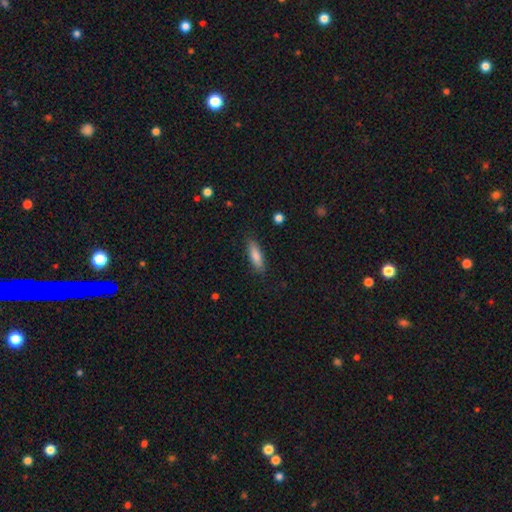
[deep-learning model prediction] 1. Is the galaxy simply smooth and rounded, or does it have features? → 81% smooth, 12% featured or disk, 7% star or artifact.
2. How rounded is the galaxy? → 57% cigar-shaped, 41% in between, 2% round.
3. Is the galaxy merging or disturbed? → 86% none, 10% minor disturbance, 2% major disturbance, 1% merger.